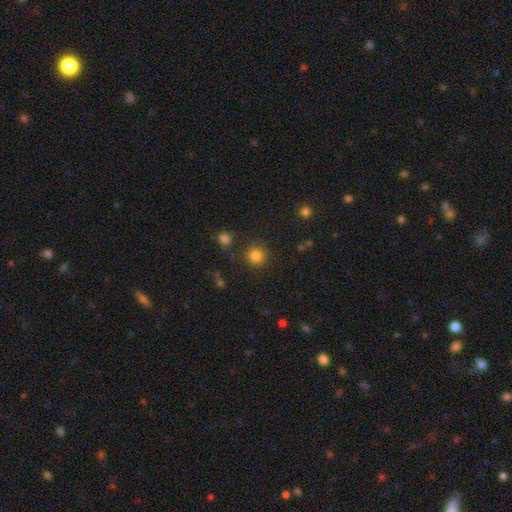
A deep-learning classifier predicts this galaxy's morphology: Smooth or featured?
  - smooth: 83% *
  - star or artifact: 13%
  - featured or disk: 4%
How rounded?
  - round: 93% *
  - in between: 6%
  - cigar-shaped: 1%
Merging?
  - none: 84% *
  - minor disturbance: 8%
  - merger: 4%
  - major disturbance: 4%